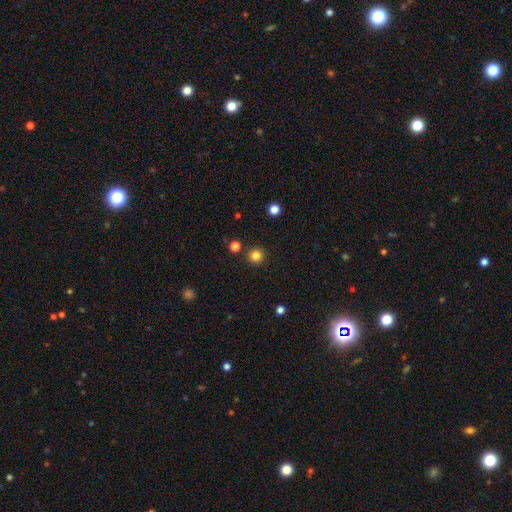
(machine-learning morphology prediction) The model was most divided on "smooth or featured": smooth: 83%, star or artifact: 13%, featured or disk: 4%. More confident: how rounded — round (95%); merging — none (90%).